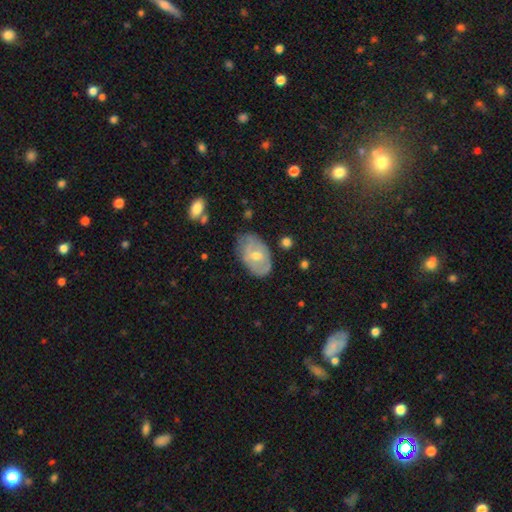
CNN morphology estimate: Smooth or featured? Predicted: featured or disk (p=0.55). Edge-on disk? Predicted: no (p=0.92). Bar? Predicted: no (p=0.57). Spiral arms? Predicted: no (p=0.56). Bulge size? Predicted: moderate (p=0.56). Merging? Predicted: none (p=0.62).